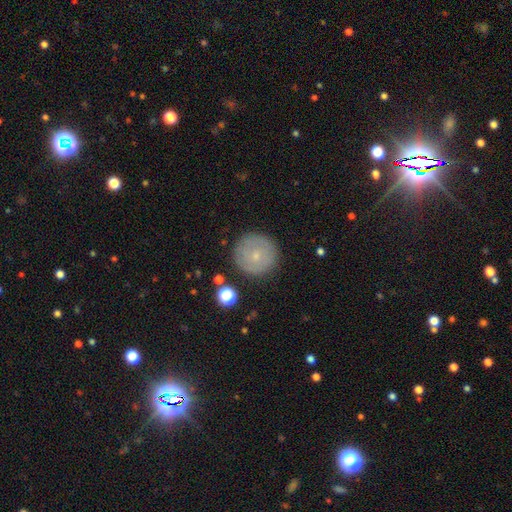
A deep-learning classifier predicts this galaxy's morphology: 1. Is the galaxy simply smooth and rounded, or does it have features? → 54% smooth, 37% featured or disk, 9% star or artifact.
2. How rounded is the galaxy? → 95% round, 4% in between, 1% cigar-shaped.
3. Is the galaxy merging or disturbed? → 86% none, 10% minor disturbance, 3% major disturbance, 2% merger.